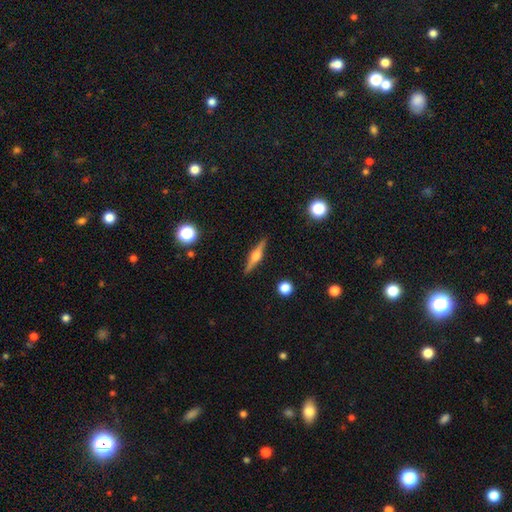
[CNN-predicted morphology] The model was most divided on "smooth or featured": featured or disk: 74%, smooth: 20%, star or artifact: 6%. More confident: edge-on disk — yes (98%); edge-on bulge — rounded (92%); merging — none (90%).